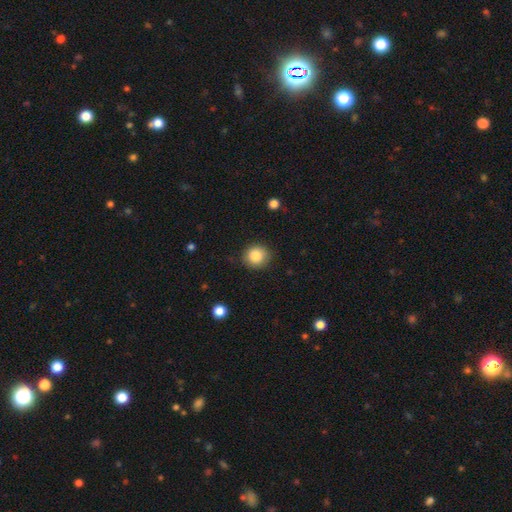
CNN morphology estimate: smooth 85%, star or artifact 9%, featured or disk 6%. Down the decision tree: how rounded — round (89%); merging — none (86%).